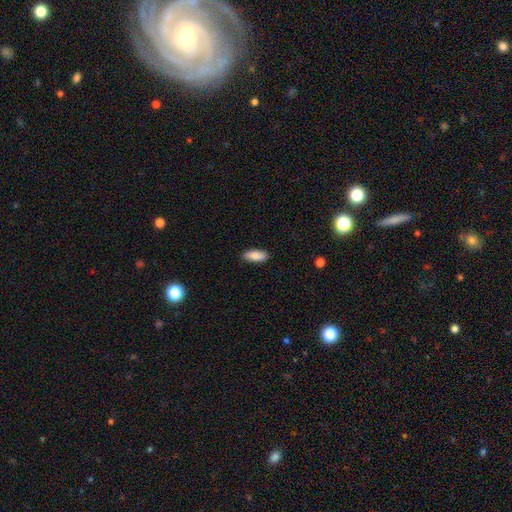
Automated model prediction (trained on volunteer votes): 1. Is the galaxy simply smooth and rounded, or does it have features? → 87% smooth, 6% featured or disk, 6% star or artifact.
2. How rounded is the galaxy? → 77% in between, 21% cigar-shaped, 2% round.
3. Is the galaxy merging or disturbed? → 86% none, 10% minor disturbance, 2% major disturbance, 1% merger.